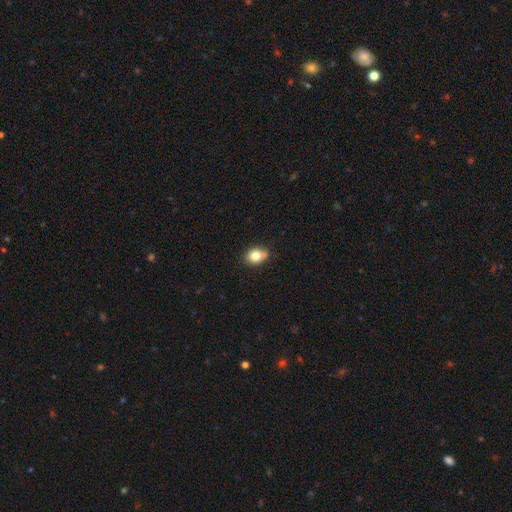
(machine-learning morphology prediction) Smooth or featured?
  - smooth: 80% *
  - featured or disk: 10%
  - star or artifact: 10%
How rounded?
  - in between: 65% *
  - round: 33%
  - cigar-shaped: 1%
Merging?
  - none: 69% *
  - minor disturbance: 23%
  - merger: 5%
  - major disturbance: 4%